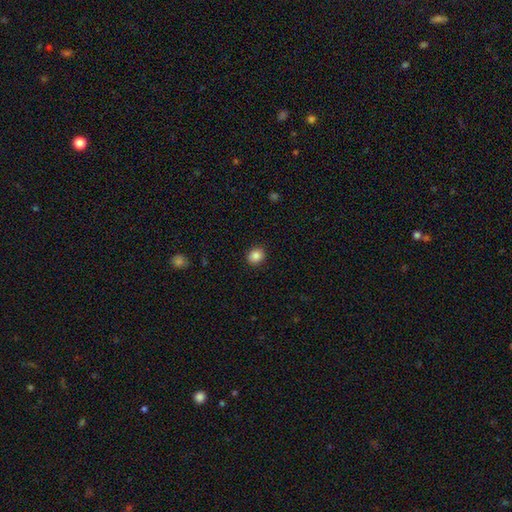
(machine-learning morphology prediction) smooth 86%, star or artifact 10%, featured or disk 4%. Down the decision tree: how rounded — round (71%); merging — none (91%).